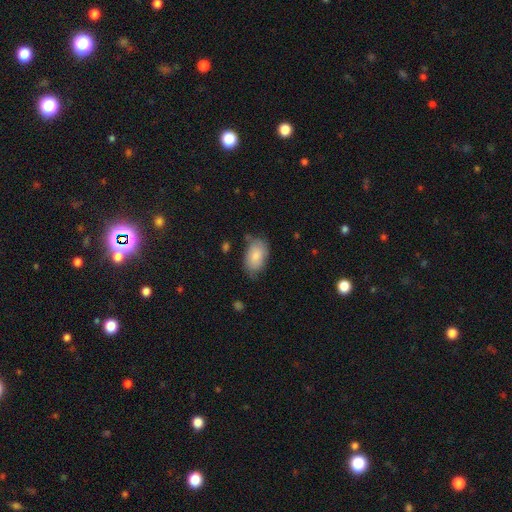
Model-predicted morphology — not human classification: smooth_or_featured: smooth (p=0.83) [alt: featured or disk p=0.10]
how_rounded: in between (p=0.92) [alt: round p=0.07]
merging: none (p=0.68) [alt: minor disturbance p=0.24]